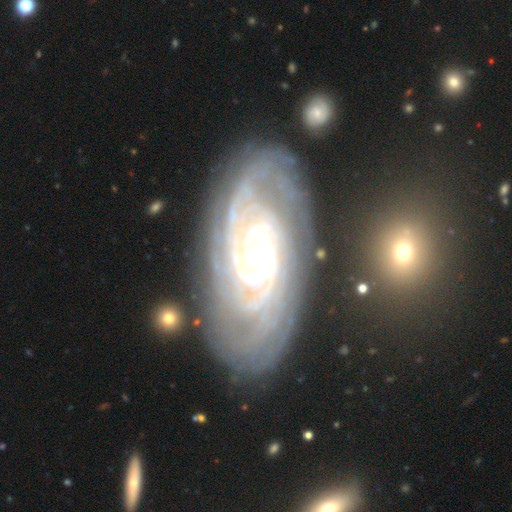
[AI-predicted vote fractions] A featured or disk galaxy (90%) with no bar (60%), tight (80%) spiral arms (98%) and a moderate central bulge (63%). Merging: none (76%).